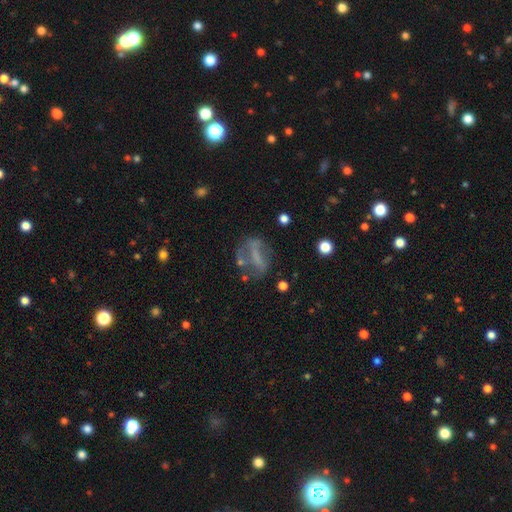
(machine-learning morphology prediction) The model was most divided on "smooth or featured": featured or disk: 50%, smooth: 35%, star or artifact: 15%. Remaining: merging — none (46%).